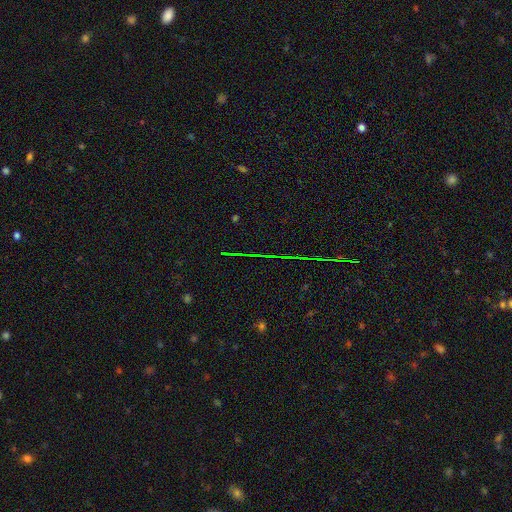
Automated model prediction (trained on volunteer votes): Smooth or featured? star or artifact (79%)